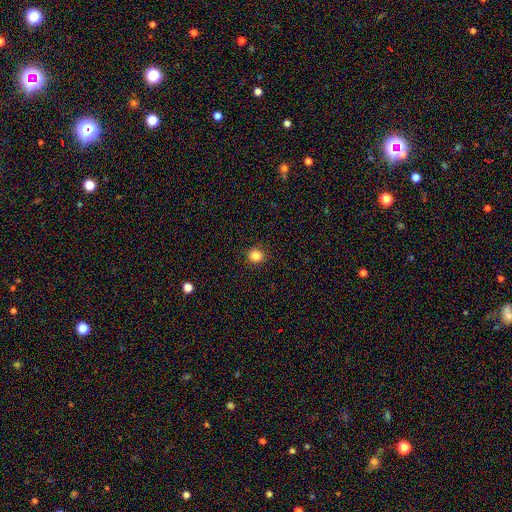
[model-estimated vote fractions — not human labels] smooth_or_featured: smooth (p=0.85) [alt: star or artifact p=0.11]
how_rounded: round (p=0.87) [alt: in between p=0.12]
merging: none (p=0.92) [alt: minor disturbance p=0.06]